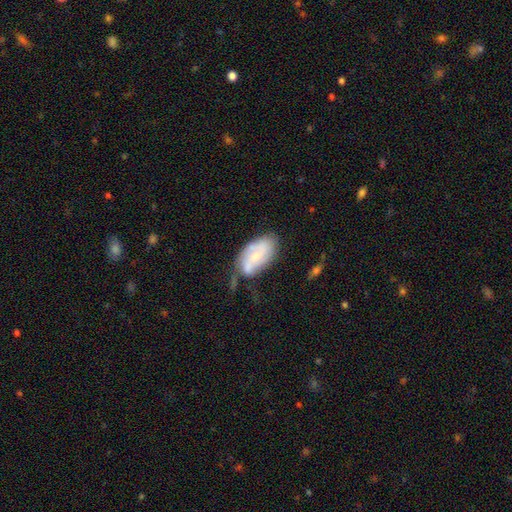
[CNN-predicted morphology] Overall: featured or disk (54%; smooth 38%). Edge-on disk: no (95%). Bar: no (59%; weak 32%). Spiral arms: yes (71%). Bulge size: small (55%; moderate 29%). Merging: none (39%; minor disturbance 31%).